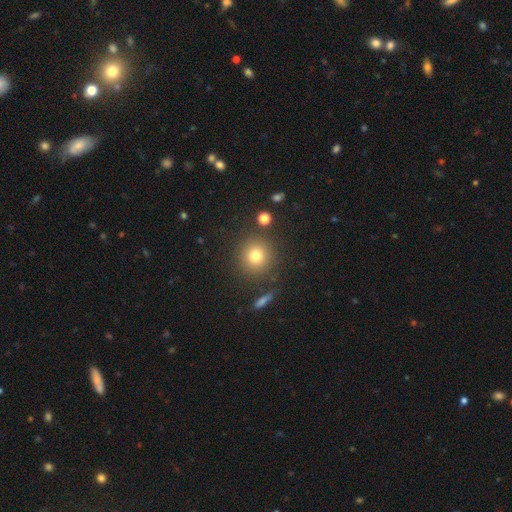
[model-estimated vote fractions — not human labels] Q: Smooth or featured?
A: smooth (77%); runner-up: star or artifact (13%)
Q: How rounded?
A: round (92%); runner-up: in between (7%)
Q: Merging?
A: none (86%); runner-up: minor disturbance (7%)